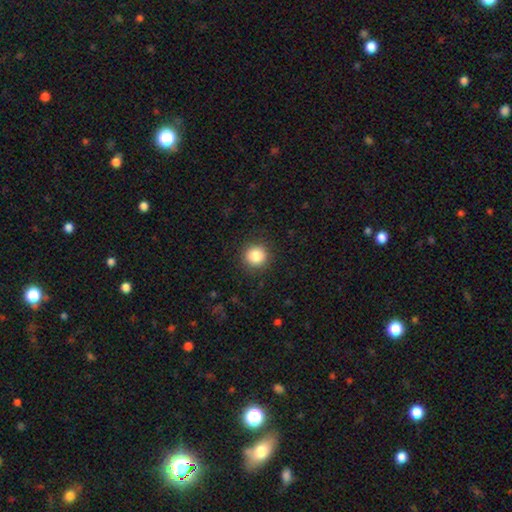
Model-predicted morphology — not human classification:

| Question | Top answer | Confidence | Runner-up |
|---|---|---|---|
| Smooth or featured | smooth | 85% | star or artifact (10%) |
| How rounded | round | 94% | in between (5%) |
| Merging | none | 90% | minor disturbance (6%) |